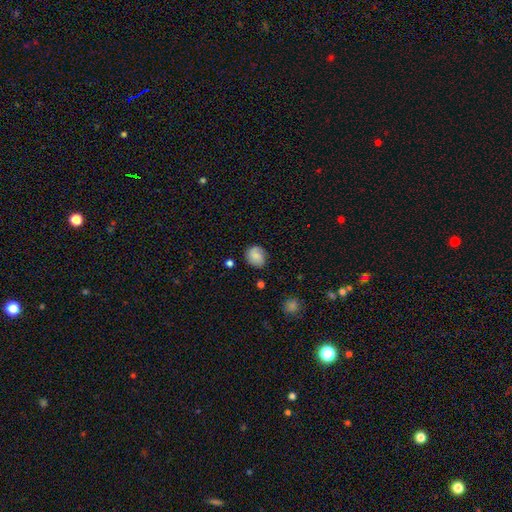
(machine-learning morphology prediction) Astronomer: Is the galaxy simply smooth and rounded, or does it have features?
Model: smooth — 67%.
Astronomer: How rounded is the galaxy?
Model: round — 73%.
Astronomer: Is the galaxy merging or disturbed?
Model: none — 75%.